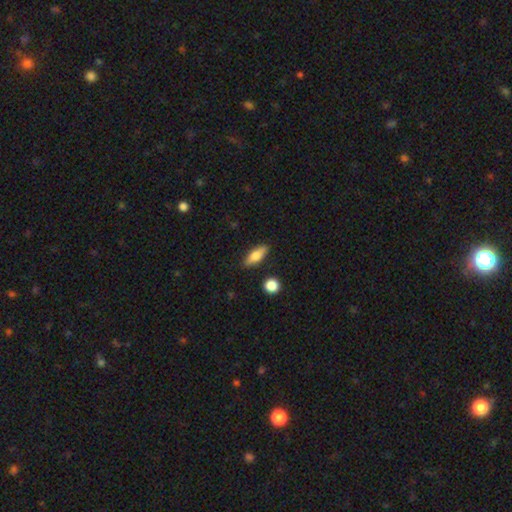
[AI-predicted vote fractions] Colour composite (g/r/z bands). It shows a smooth galaxy with no disk features (68%) that is in between round and cigar-shaped (59%). Merging: none (85%).